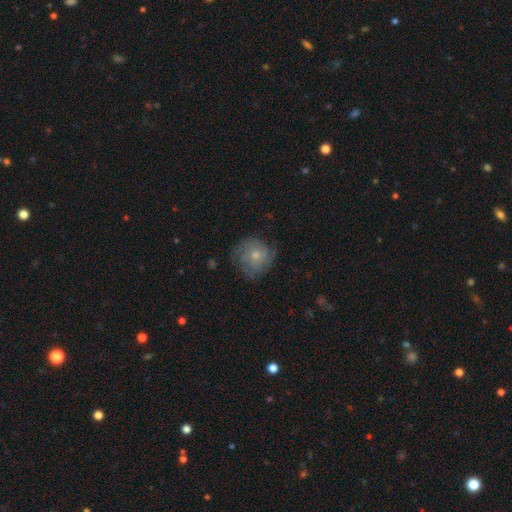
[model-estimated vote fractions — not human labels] Overall: featured or disk (46%; smooth 45%). Merging: none (68%).